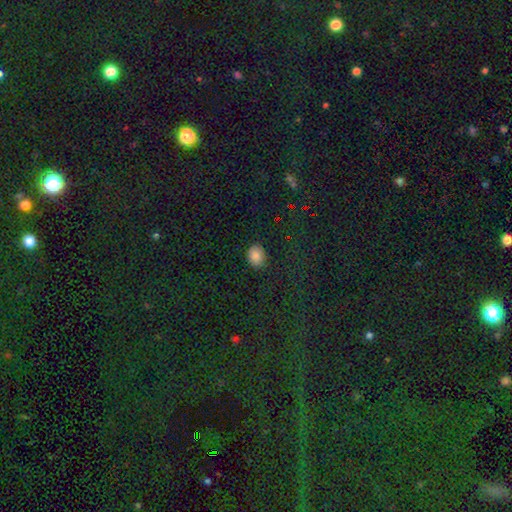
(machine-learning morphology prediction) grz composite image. It shows a smooth galaxy with no disk features (82%) that is round (53%). Merging: none (86%).